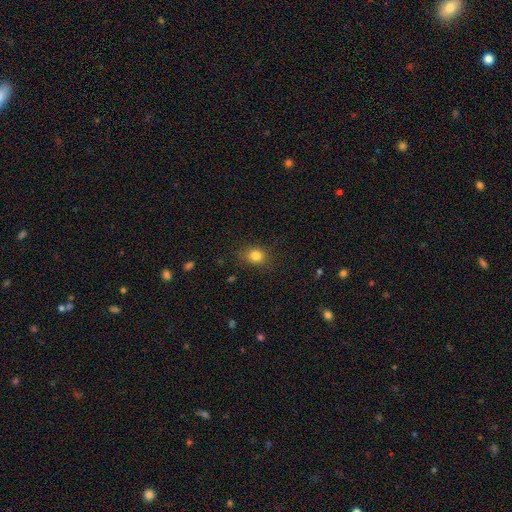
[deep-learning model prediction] The model was most divided on "how rounded": round: 59%, in between: 40%, cigar-shaped: 1%. More confident: merging — none (83%); smooth or featured — smooth (82%).